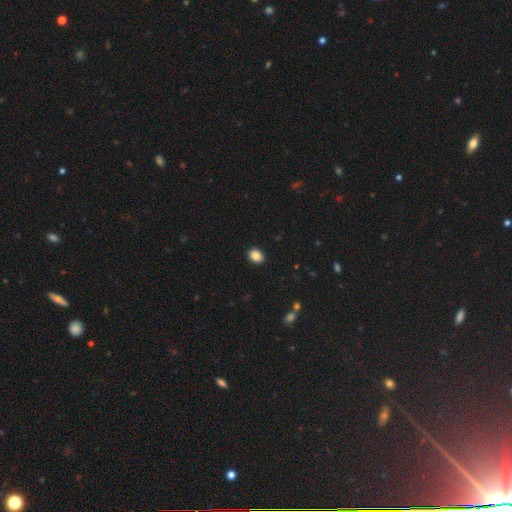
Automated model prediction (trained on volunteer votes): Smooth or featured?
  - smooth: 86% *
  - star or artifact: 9%
  - featured or disk: 5%
How rounded?
  - in between: 65% *
  - round: 34%
  - cigar-shaped: 1%
Merging?
  - none: 91% *
  - minor disturbance: 6%
  - major disturbance: 2%
  - merger: 1%